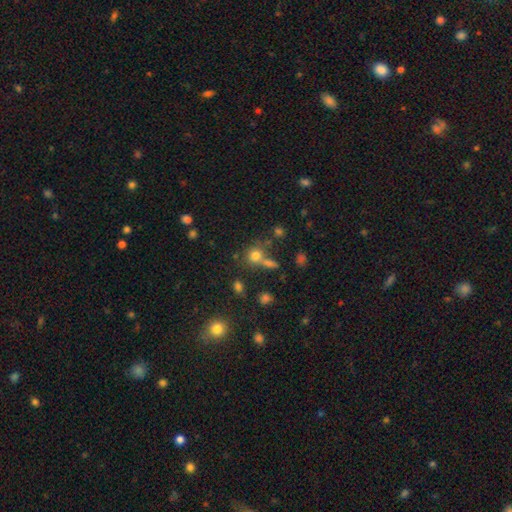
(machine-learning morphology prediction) smooth_or_featured: smooth (p=0.73) [alt: star or artifact p=0.17]
how_rounded: round (p=0.81) [alt: in between p=0.18]
merging: none (p=0.56) [alt: merger p=0.26]